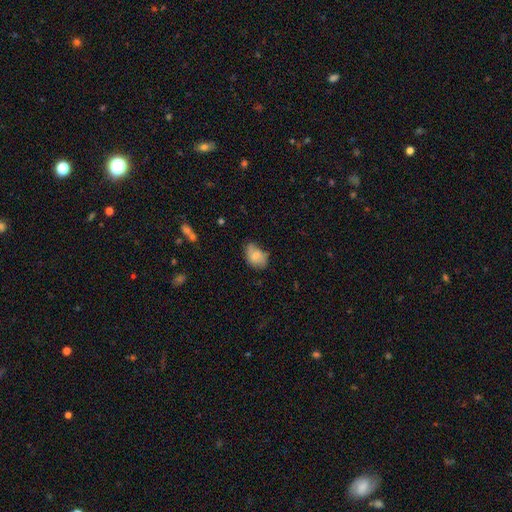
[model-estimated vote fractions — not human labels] This appears to be a smooth galaxy with no disk features (70%) that is in between round and cigar-shaped (81%). Merging: none (46%).